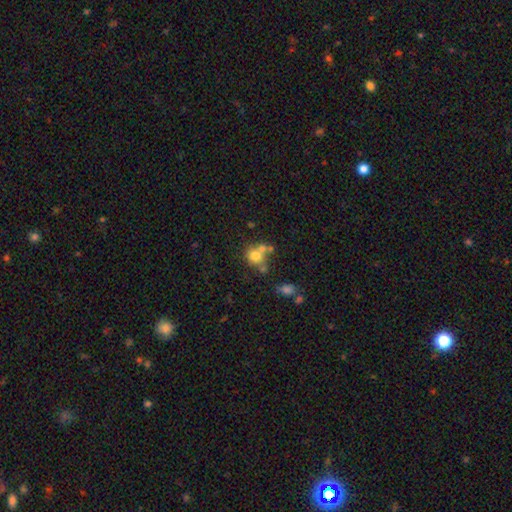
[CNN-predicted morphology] Smooth or featured: smooth — 71% (featured or disk — 16%)
How rounded: round — 78% (in between — 21%)
Merging: none — 43% (merger — 40%)